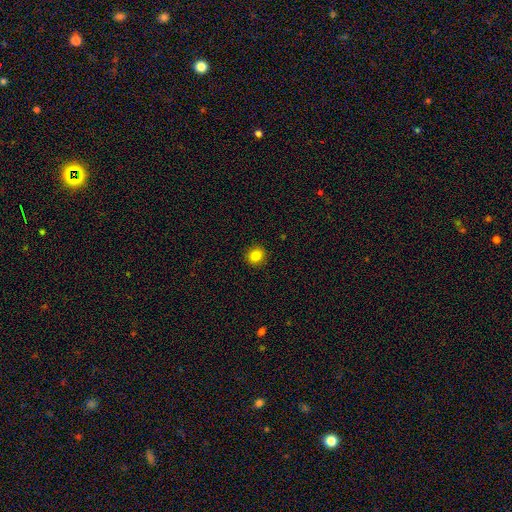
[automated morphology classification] type=smooth (85%); roundness=round (87%); merging=none (92%).